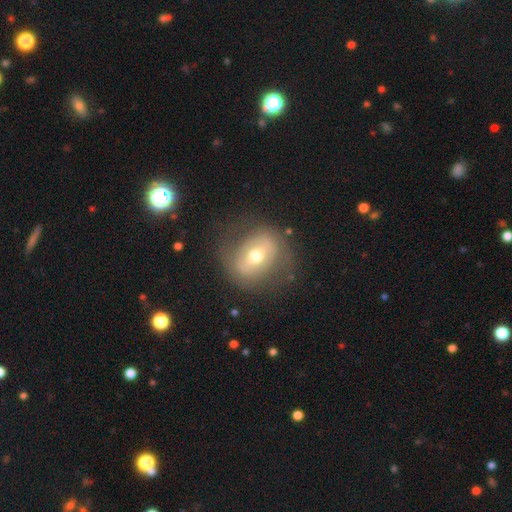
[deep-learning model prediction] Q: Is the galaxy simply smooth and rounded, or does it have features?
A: featured or disk — 52%.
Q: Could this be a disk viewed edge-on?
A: no — 93%.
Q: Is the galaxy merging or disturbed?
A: none — 70%.